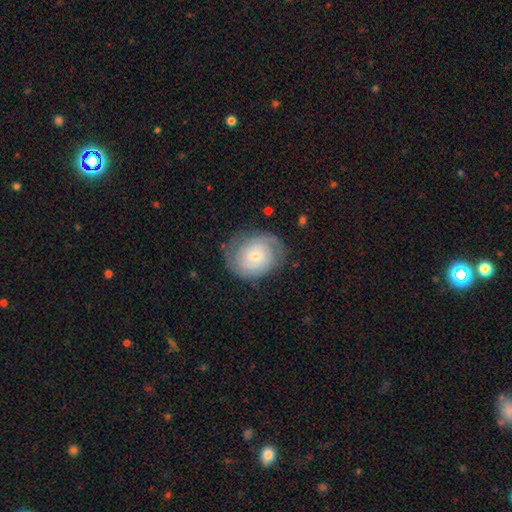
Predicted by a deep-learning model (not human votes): smooth-or-featured: featured or disk: 72% | smooth: 21% | star or artifact: 7%
  disk-edge-on: no: 97% | yes: 3%
    bar: no: 74% | weak: 22% | strong: 4%
    has-spiral-arms: yes: 92% | no: 8%
      spiral-winding: tight: 66% | medium: 26% | loose: 8%
      spiral-arm-count: 2: 50% | can't tell: 27% | 3: 11% | 1: 4% | 4: 4% | more than 4: 3%
    bulge-size: small: 74% | moderate: 21% | large: 2% | none: 2% | dominant: 1%
  merging: none: 76% | minor disturbance: 16% | major disturbance: 7% | merger: 1%